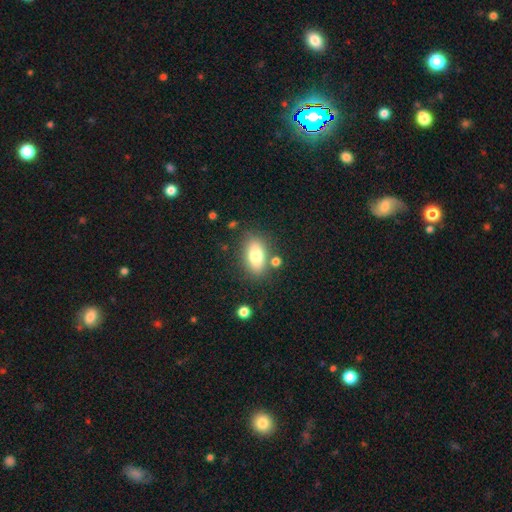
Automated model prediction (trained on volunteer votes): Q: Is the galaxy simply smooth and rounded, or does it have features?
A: smooth — 76%.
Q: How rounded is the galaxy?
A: in between — 86%.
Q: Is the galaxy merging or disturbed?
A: none — 77%.